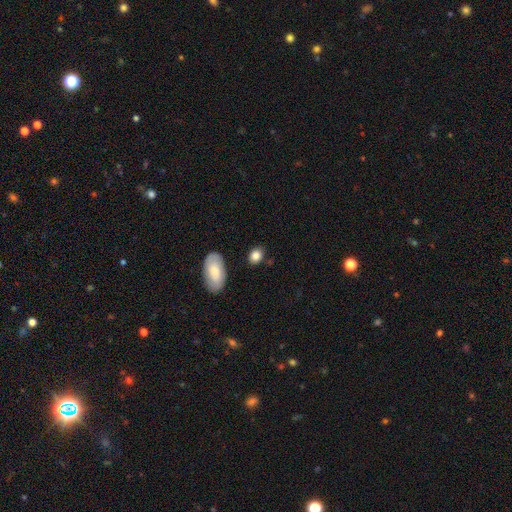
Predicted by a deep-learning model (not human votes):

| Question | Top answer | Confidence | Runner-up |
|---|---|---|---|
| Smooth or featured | smooth | 84% | star or artifact (8%) |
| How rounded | in between | 61% | round (37%) |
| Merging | none | 82% | minor disturbance (12%) |